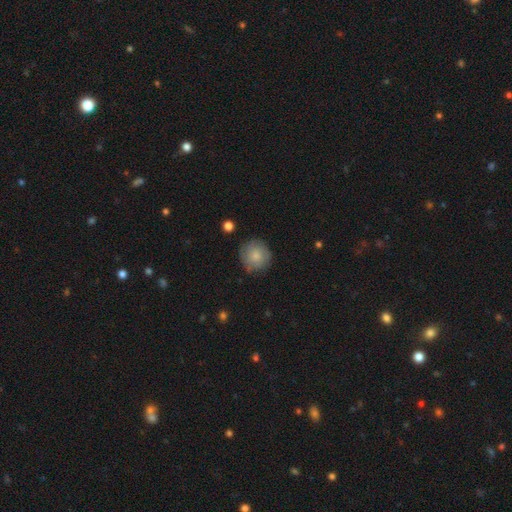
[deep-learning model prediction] Smooth or featured? smooth (76%)
How rounded? round (92%)
Merging? none (80%)